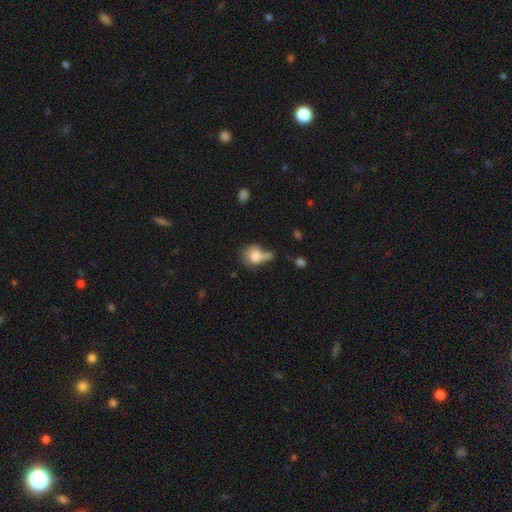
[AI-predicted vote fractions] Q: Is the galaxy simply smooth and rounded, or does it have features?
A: smooth — 72%.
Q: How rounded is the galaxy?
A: round — 49%, tied with in between.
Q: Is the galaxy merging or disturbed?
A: none — 28%.